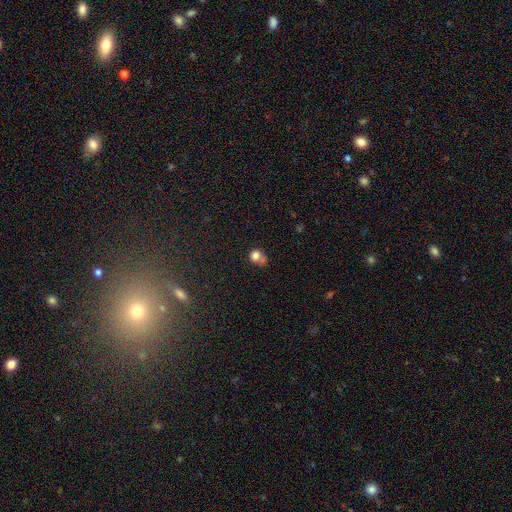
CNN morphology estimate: This is likely a smooth galaxy (74%). How rounded: likely round (65%). Merging: marginally none (34%).